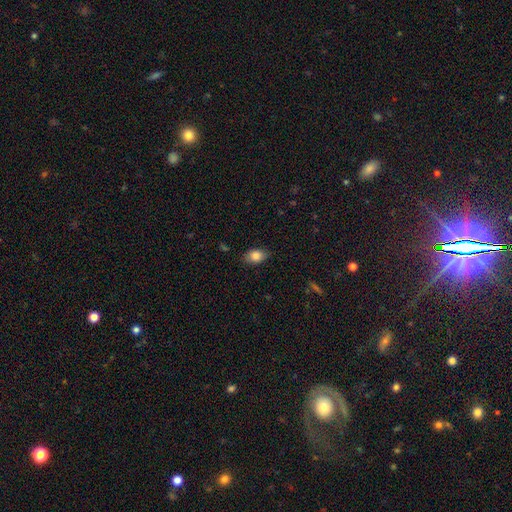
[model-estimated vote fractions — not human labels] Morphology: type=smooth (84%); roundness=in between (84%); merging=none (80%).